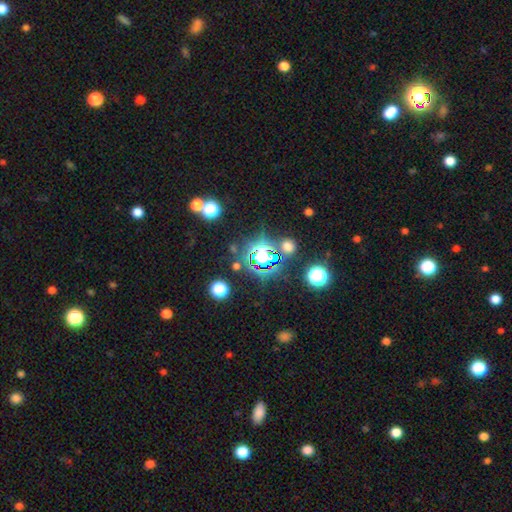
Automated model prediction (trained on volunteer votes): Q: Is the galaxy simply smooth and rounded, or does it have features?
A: star or artifact — 77%.